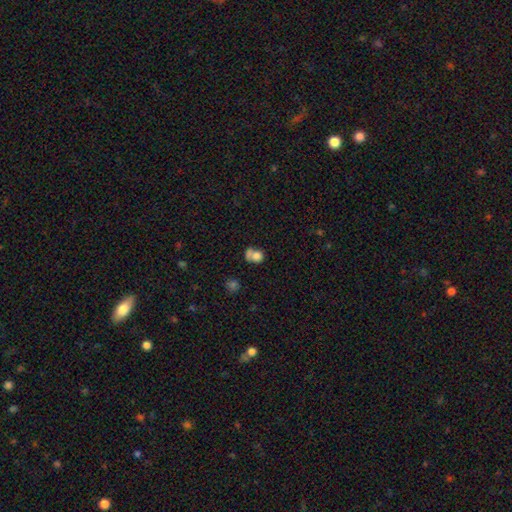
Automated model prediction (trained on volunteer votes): Smooth or featured?
  - smooth: 77% *
  - featured or disk: 12%
  - star or artifact: 11%
How rounded?
  - round: 65% *
  - in between: 34%
  - cigar-shaped: 1%
Merging?
  - merger: 41% *
  - none: 33%
  - minor disturbance: 15%
  - major disturbance: 10%